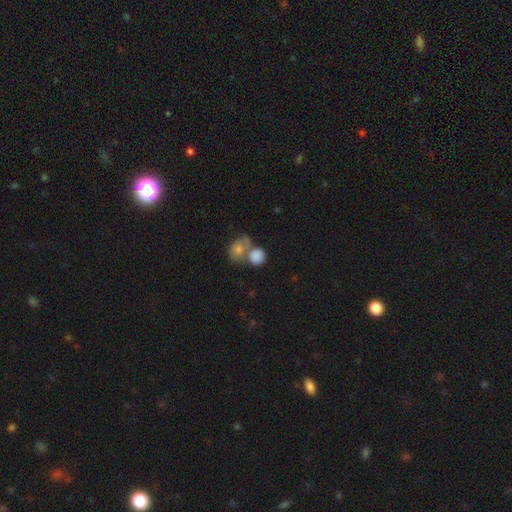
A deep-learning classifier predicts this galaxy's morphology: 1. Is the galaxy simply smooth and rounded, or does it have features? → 83% smooth, 9% featured or disk, 8% star or artifact.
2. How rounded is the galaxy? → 76% round, 23% in between, 1% cigar-shaped.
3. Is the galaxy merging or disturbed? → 55% merger, 31% none, 9% minor disturbance, 5% major disturbance.